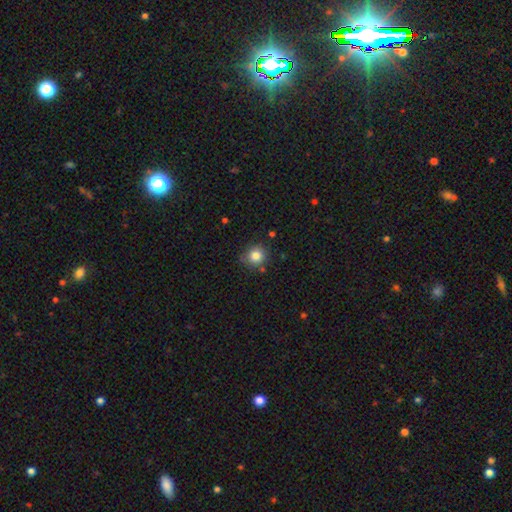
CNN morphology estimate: Smooth or featured? smooth (82%)
How rounded? round (87%)
Merging? none (79%)